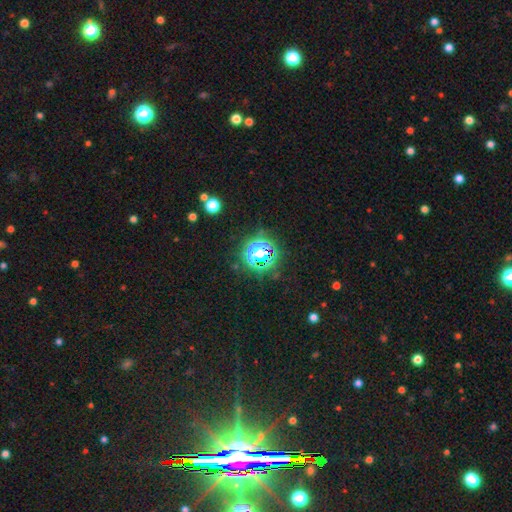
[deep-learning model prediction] A star or artifact, not a galaxy (64%).

Vote fractions:
- Smooth or featured? star or artifact: 64% / smooth: 26% / featured or disk: 10%